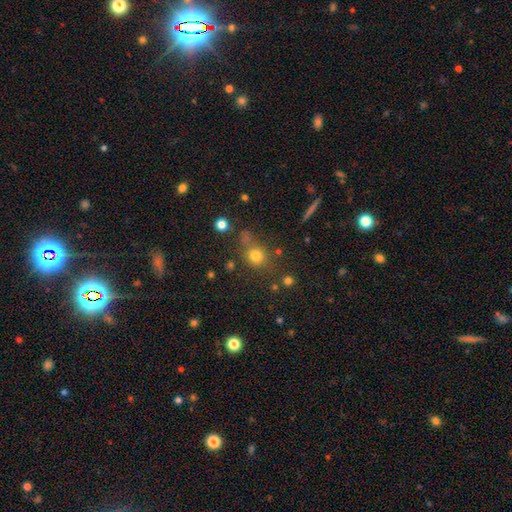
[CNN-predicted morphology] smooth 75%, star or artifact 17%, featured or disk 8%. Down the decision tree: how rounded — round (82%); merging — none (66%).